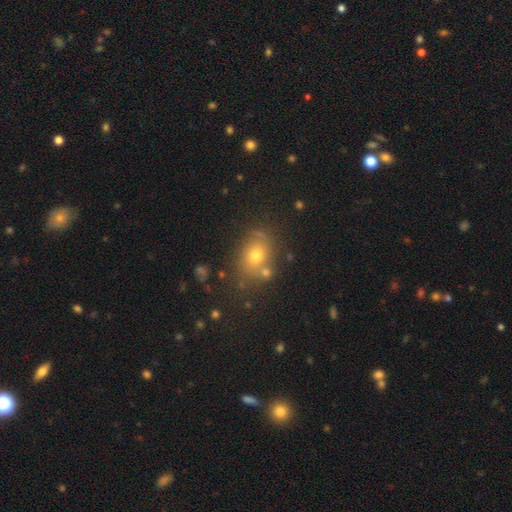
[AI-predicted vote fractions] smooth 67%, star or artifact 17%, featured or disk 16%. Down the decision tree: how rounded — round (50%); merging — none (69%).